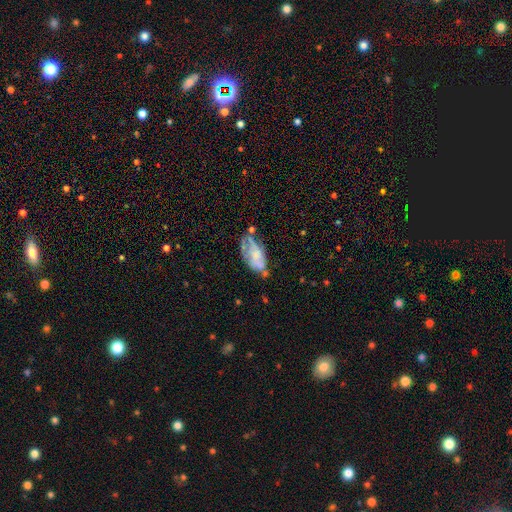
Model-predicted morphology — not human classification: Smooth or featured: featured or disk — 50% (smooth — 41%)
Edge-on disk: no — 93% (yes — 7%)
Merging: none — 38% (minor disturbance — 28%)